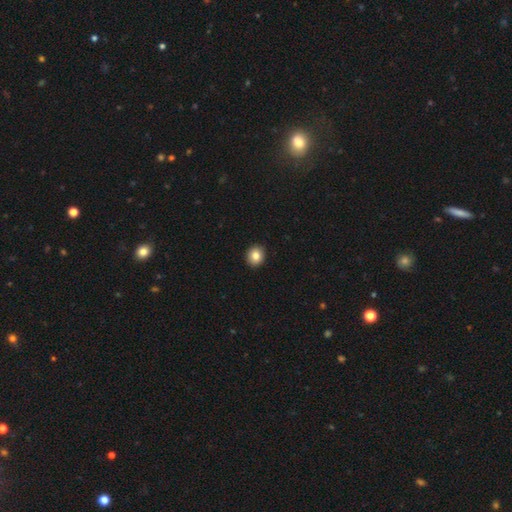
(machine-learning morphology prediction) Smooth or featured?
  - smooth: 84% *
  - star or artifact: 9%
  - featured or disk: 7%
How rounded?
  - round: 73% *
  - in between: 26%
  - cigar-shaped: 1%
Merging?
  - none: 92% *
  - minor disturbance: 6%
  - major disturbance: 1%
  - merger: 1%